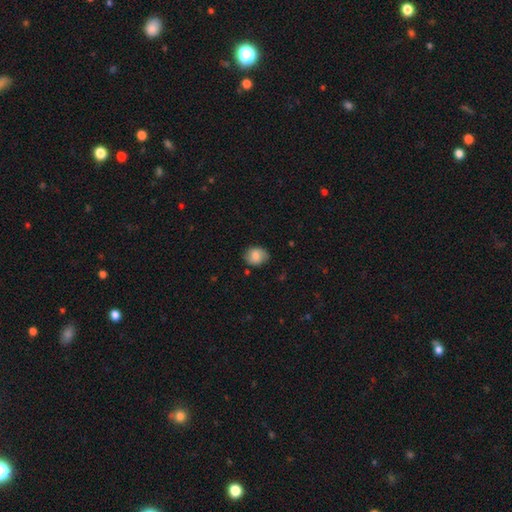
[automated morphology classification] smooth-or-featured: smooth: 68% | featured or disk: 23% | star or artifact: 8%
  how-rounded: in between: 51% | round: 47% | cigar-shaped: 1%
  merging: none: 76% | minor disturbance: 18% | major disturbance: 4% | merger: 1%